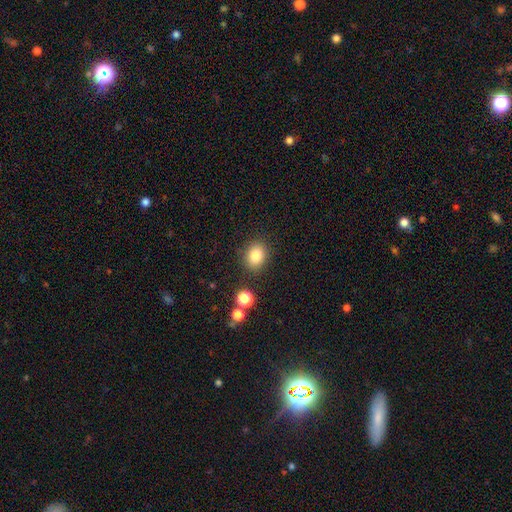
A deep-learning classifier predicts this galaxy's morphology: smooth_or_featured: smooth (p=0.81) [alt: star or artifact p=0.11]
how_rounded: round (p=0.55) [alt: in between p=0.44]
merging: none (p=0.85) [alt: minor disturbance p=0.09]